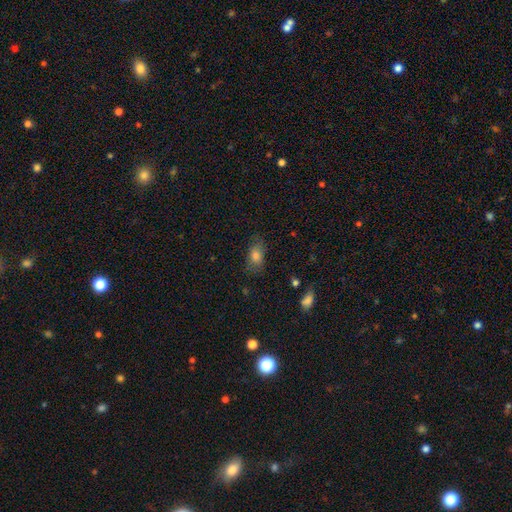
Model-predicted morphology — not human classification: Smooth or featured? Predicted: smooth (p=0.75). How rounded? Predicted: in between (p=0.82). Merging? Predicted: none (p=0.75).